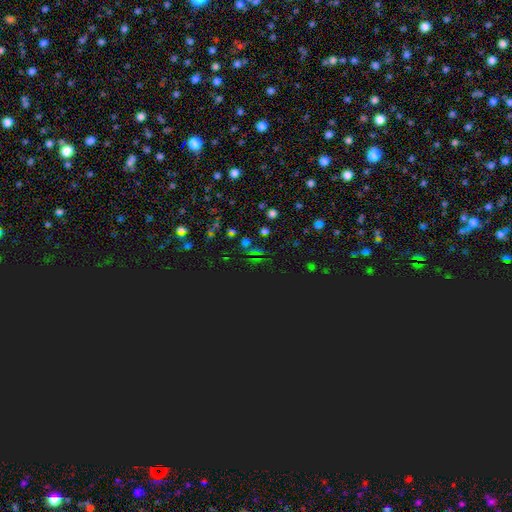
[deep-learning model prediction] Smooth or featured? Predicted: star or artifact (p=0.71).